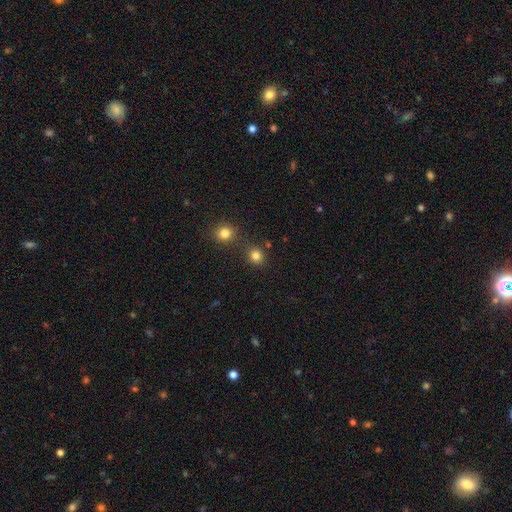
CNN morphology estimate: Overall: smooth (81%). How rounded: round (88%). Merging: none (76%).